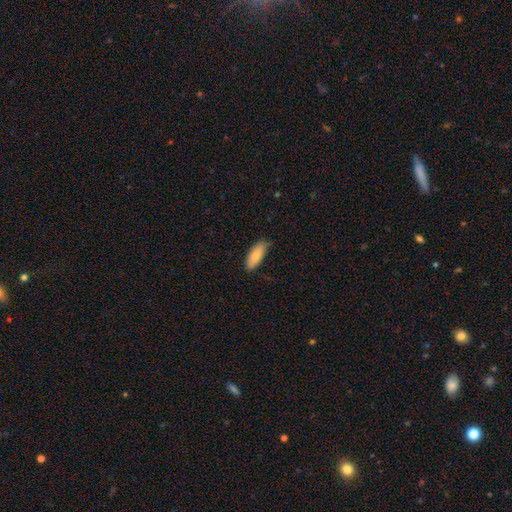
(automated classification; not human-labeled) This appears to be a smooth galaxy with no disk features (84%) that is in between round and cigar-shaped (74%). Merging: none (78%).